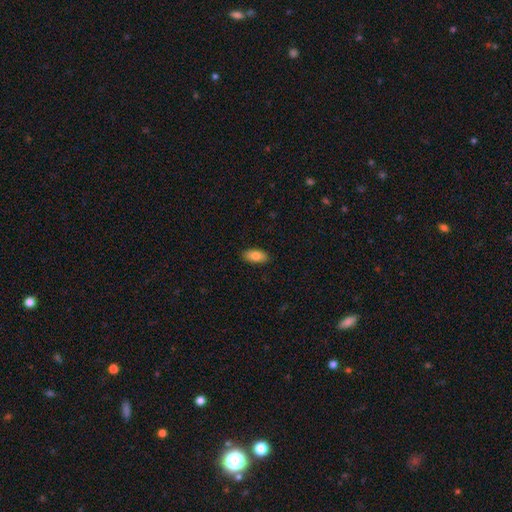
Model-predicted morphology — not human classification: This appears to be a smooth galaxy with no disk features (82%) that is in between round and cigar-shaped (91%). Merging: none (89%).